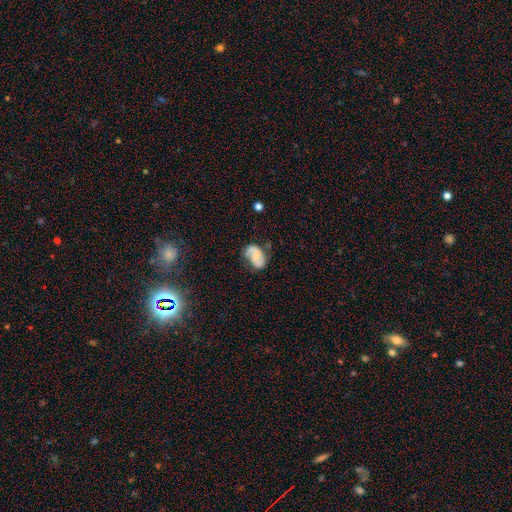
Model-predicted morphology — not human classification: Overall: featured or disk (70%). Edge-on disk: no (98%). Bar: no (53%; weak 37%). Spiral arms: yes (92%). Spiral arm count: 2 (84%). Spiral winding: medium (46%; loose 29%). Bulge size: small (47%; moderate 35%). Merging: none (62%; minor disturbance 25%).